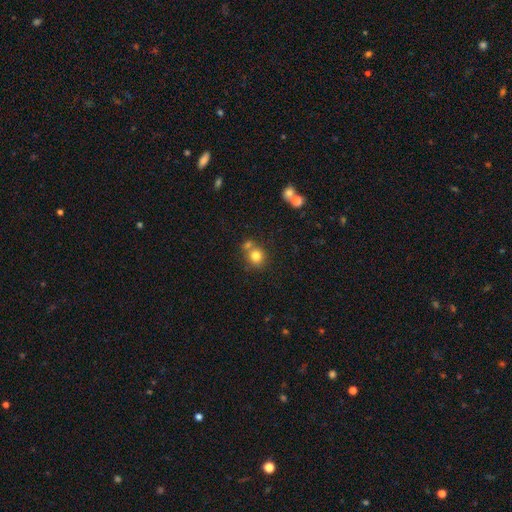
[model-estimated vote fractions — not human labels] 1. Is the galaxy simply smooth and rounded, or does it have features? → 79% smooth, 12% star or artifact, 9% featured or disk.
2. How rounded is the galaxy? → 81% round, 19% in between, 1% cigar-shaped.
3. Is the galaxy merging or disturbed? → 58% none, 28% merger, 10% minor disturbance, 3% major disturbance.